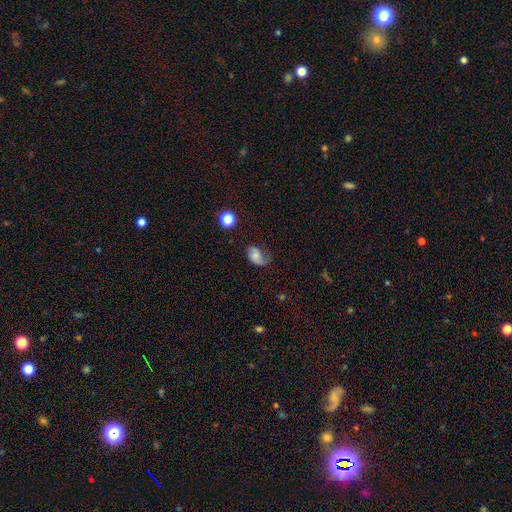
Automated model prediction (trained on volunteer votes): Morphology: type=smooth (53%); roundness=in between (83%); merging=none (47%).